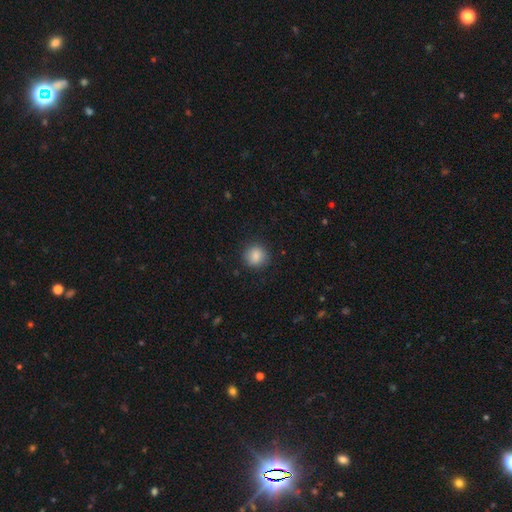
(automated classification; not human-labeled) Smooth or featured? smooth (86%)
How rounded? round (87%)
Merging? none (86%)